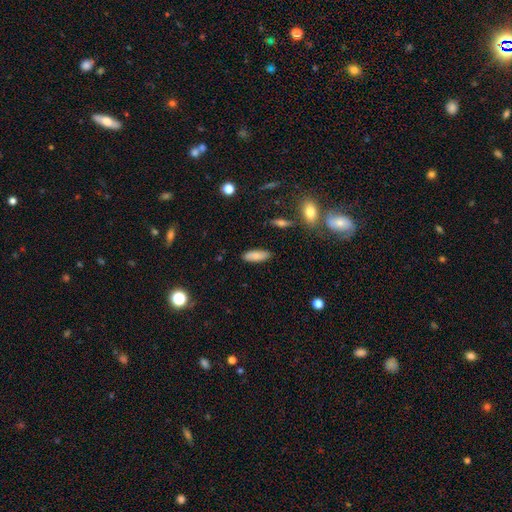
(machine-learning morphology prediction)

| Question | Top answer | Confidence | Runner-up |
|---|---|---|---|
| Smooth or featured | smooth | 83% | featured or disk (9%) |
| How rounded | in between | 69% | cigar-shaped (29%) |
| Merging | none | 86% | minor disturbance (10%) |